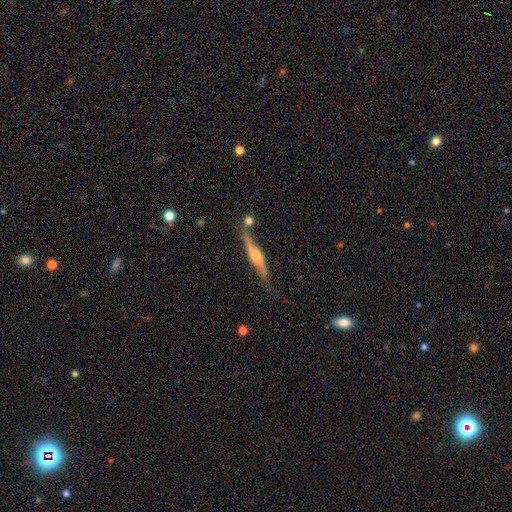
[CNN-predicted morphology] This appears to be a featured or disk galaxy (68%) viewed edge-on (82%) with a rounded central bulge (53%). Merging: none (54%).